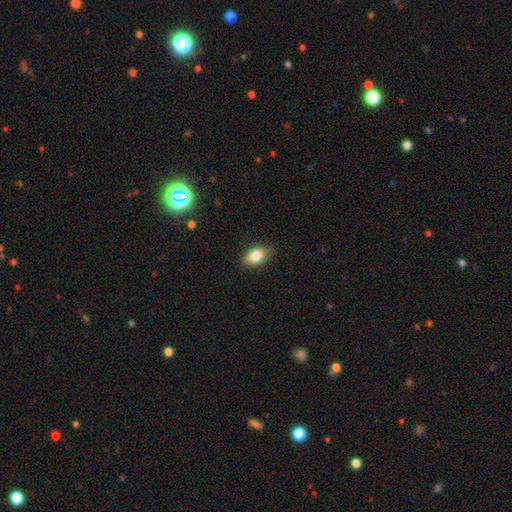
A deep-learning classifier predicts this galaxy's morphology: This appears to be a smooth galaxy with no disk features (81%) that is in between round and cigar-shaped (85%). Merging: none (85%).